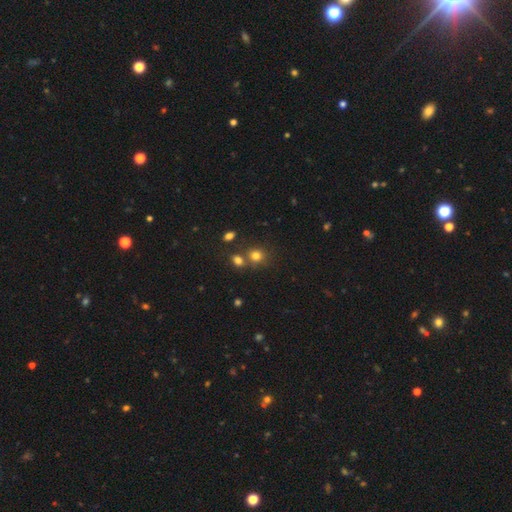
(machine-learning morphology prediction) A smooth galaxy with no disk features (77%) that is round (75%).

Vote fractions:
- Smooth or featured? smooth: 77% / star or artifact: 15% / featured or disk: 8%
- How rounded? round: 75% / in between: 24% / cigar-shaped: 1%
- Merging? none: 61% / merger: 25% / minor disturbance: 10% / major disturbance: 4%